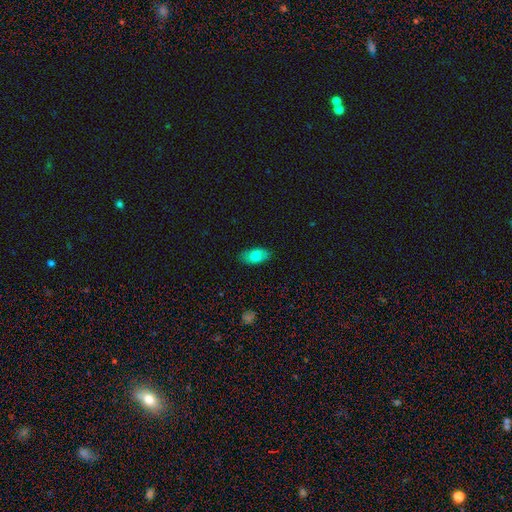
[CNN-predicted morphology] This appears to be a smooth galaxy with no disk features (80%) that is in between round and cigar-shaped (92%). Merging: none (84%).